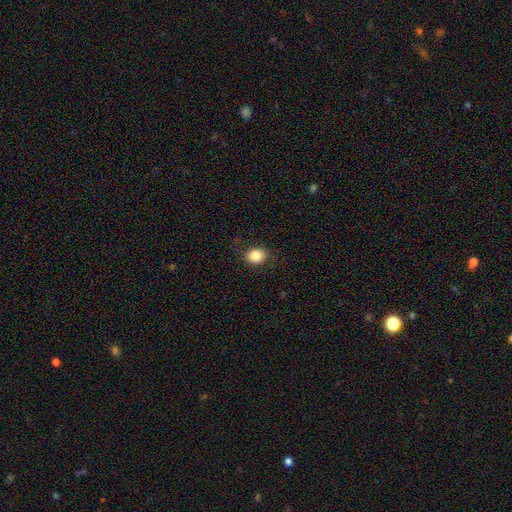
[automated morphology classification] type=smooth (84%); roundness=round (53%); merging=none (83%).